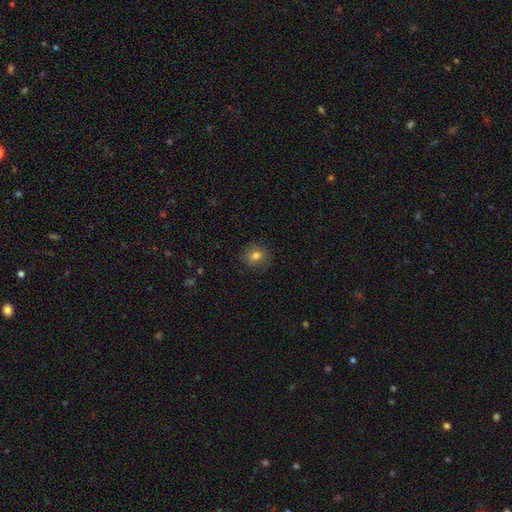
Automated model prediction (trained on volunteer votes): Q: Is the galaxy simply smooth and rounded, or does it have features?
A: smooth — 78%.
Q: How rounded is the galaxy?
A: round — 75%.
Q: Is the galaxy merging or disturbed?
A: none — 84%.